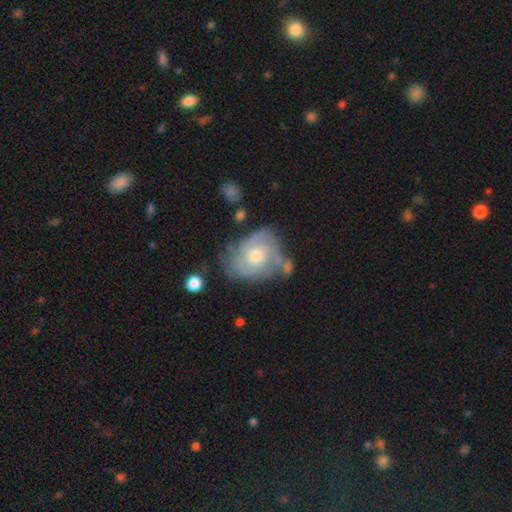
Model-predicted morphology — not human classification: Smooth or featured?
  - featured or disk: 67% *
  - smooth: 26%
  - star or artifact: 7%
Edge-on disk?
  - no: 97% *
  - yes: 3%
Bar?
  - no: 78% *
  - weak: 19%
  - strong: 3%
Spiral arms?
  - yes: 80% *
  - no: 20%
Spiral winding?
  - tight: 51% *
  - medium: 35%
  - loose: 14%
Spiral arm count?
  - can't tell: 41% *
  - 2: 27%
  - 3: 17%
  - 1: 6%
  - 4: 6%
  - more than 4: 4%
Bulge size?
  - moderate: 65% *
  - small: 28%
  - large: 5%
  - none: 1%
  - dominant: 1%
Merging?
  - none: 49% *
  - minor disturbance: 27%
  - major disturbance: 14%
  - merger: 10%